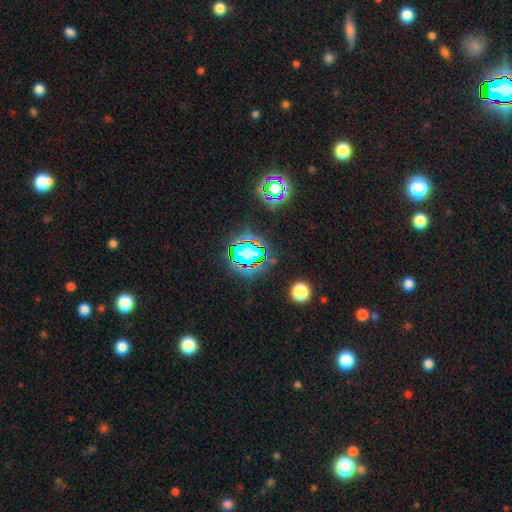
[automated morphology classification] A star or artifact, not a galaxy (76%).